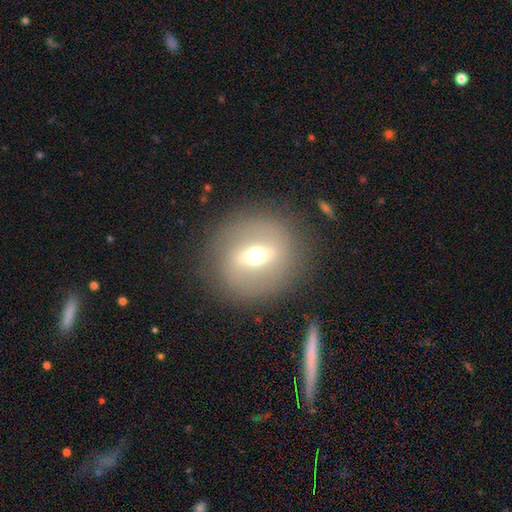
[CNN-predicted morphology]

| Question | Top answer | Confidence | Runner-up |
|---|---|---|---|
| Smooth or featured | featured or disk | 58% | smooth (32%) |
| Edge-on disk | no | 76% | yes (24%) |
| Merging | none | 85% | minor disturbance (9%) |